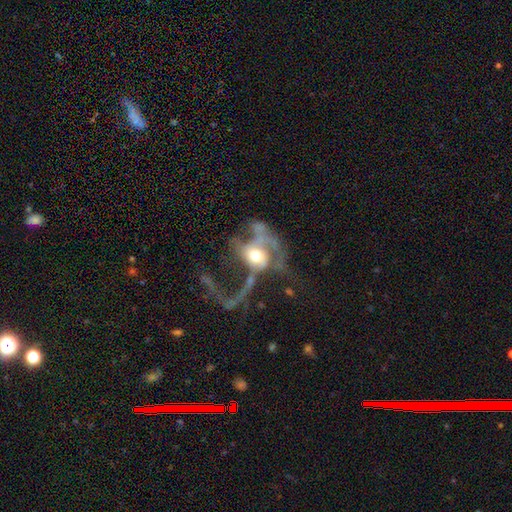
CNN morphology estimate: smooth_or_featured: featured or disk (p=0.68) [alt: smooth p=0.23]
disk_edge_on: no (p=0.96) [alt: yes p=0.04]
bar: no (p=0.74) [alt: weak p=0.19]
has_spiral_arms: yes (p=0.59) [alt: no p=0.41]
bulge_size: moderate (p=0.64) [alt: large p=0.17]
merging: major disturbance (p=0.63) [alt: merger p=0.15]